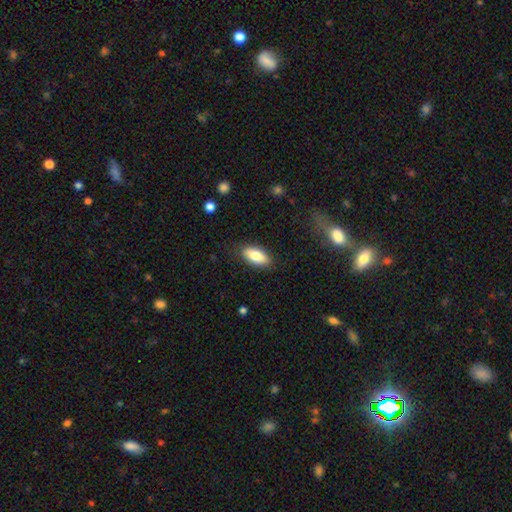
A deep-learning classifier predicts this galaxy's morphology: smooth 78%, featured or disk 15%, star or artifact 7%. Down the decision tree: how rounded — in between (88%); merging — none (85%).